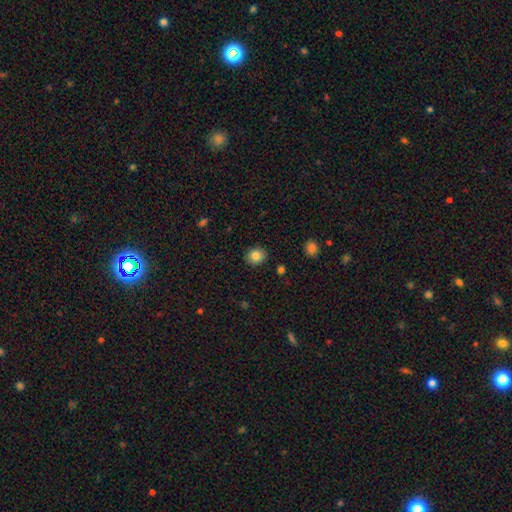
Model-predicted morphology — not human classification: This appears to be a smooth galaxy with no disk features (84%) that is round (73%). Merging: none (90%).